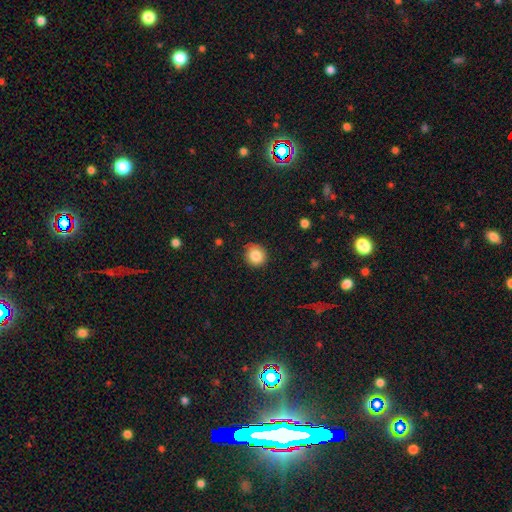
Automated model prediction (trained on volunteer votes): smooth-or-featured: smooth: 84% | star or artifact: 9% | featured or disk: 6%
  how-rounded: round: 89% | in between: 10% | cigar-shaped: 1%
  merging: none: 86% | minor disturbance: 11% | major disturbance: 2% | merger: 1%